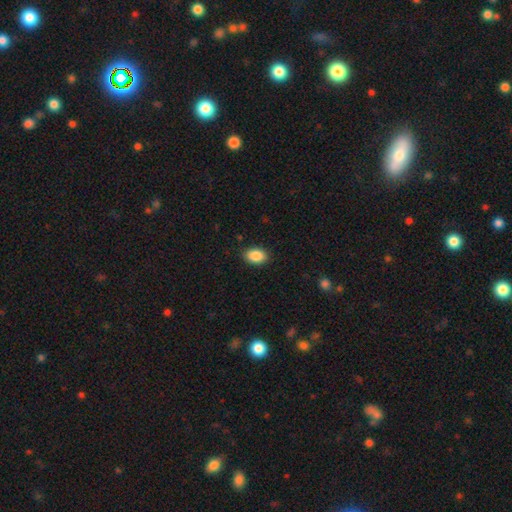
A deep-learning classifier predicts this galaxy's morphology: Smooth or featured? smooth (89%)
How rounded? in between (86%)
Merging? none (88%)